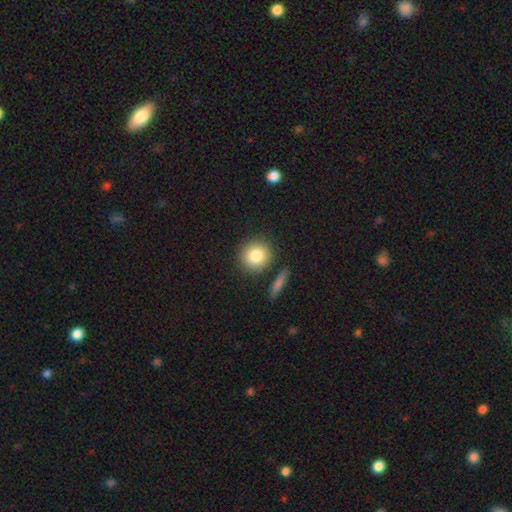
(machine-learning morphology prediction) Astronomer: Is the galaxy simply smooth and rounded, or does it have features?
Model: smooth — 83%.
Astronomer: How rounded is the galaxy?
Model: round — 89%.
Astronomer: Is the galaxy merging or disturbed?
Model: none — 83%.